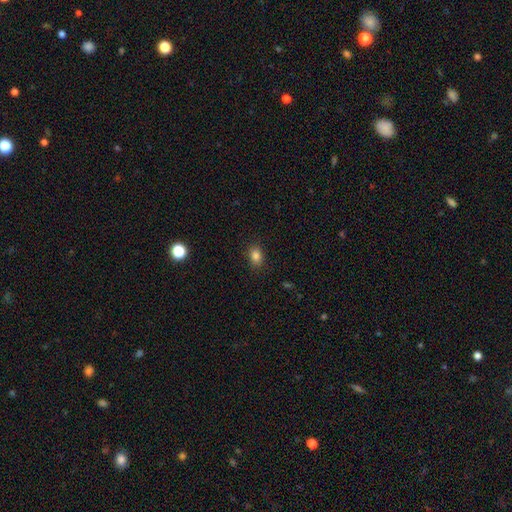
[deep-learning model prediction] Smooth or featured: smooth — 83% (star or artifact — 11%)
How rounded: in between — 69% (round — 29%)
Merging: none — 87% (minor disturbance — 10%)